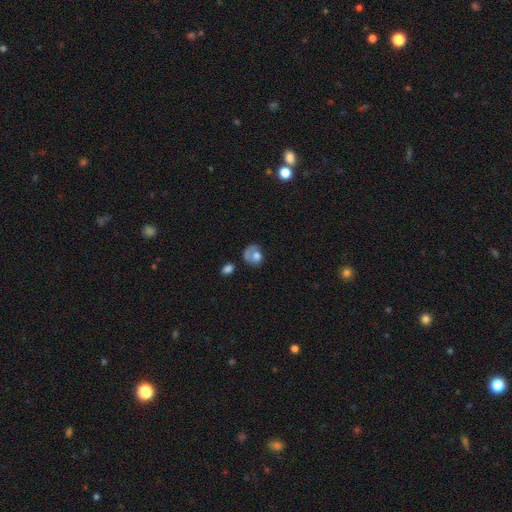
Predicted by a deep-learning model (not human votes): Smooth or featured: smooth — 59% (featured or disk — 32%)
How rounded: round — 55% (in between — 44%)
Merging: major disturbance — 32% (none — 30%)